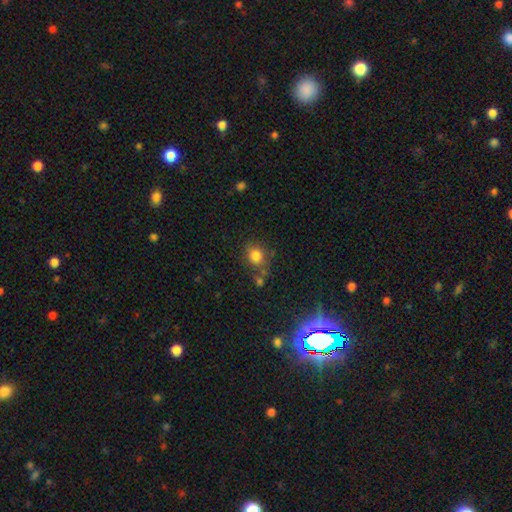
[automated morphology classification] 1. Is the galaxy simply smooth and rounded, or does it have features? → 80% smooth, 12% star or artifact, 8% featured or disk.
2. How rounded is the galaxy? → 64% round, 34% in between, 1% cigar-shaped.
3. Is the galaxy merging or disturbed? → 64% none, 18% minor disturbance, 11% merger, 7% major disturbance.